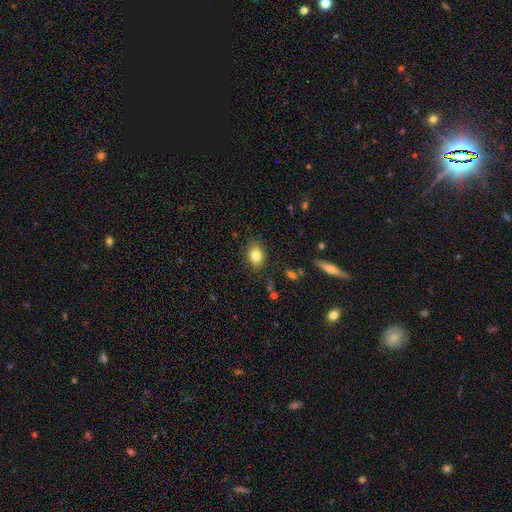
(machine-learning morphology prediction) type=smooth (82%); roundness=in between (69%); merging=none (85%).